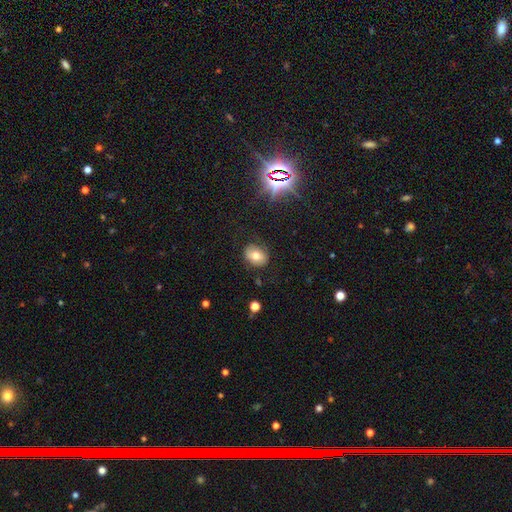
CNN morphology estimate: smooth_or_featured: smooth (p=0.69) [alt: featured or disk p=0.17]
how_rounded: in between (p=0.59) [alt: round p=0.40]
merging: none (p=0.79) [alt: minor disturbance p=0.15]